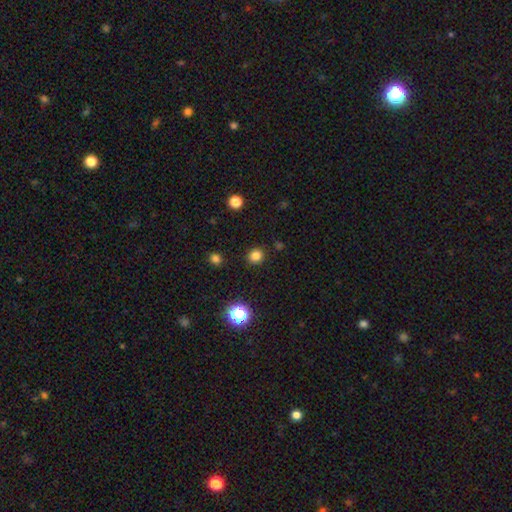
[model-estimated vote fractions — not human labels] Smooth or featured?
  - smooth: 81% *
  - star or artifact: 15%
  - featured or disk: 4%
How rounded?
  - round: 87% *
  - in between: 12%
  - cigar-shaped: 1%
Merging?
  - none: 90% *
  - minor disturbance: 6%
  - major disturbance: 2%
  - merger: 2%